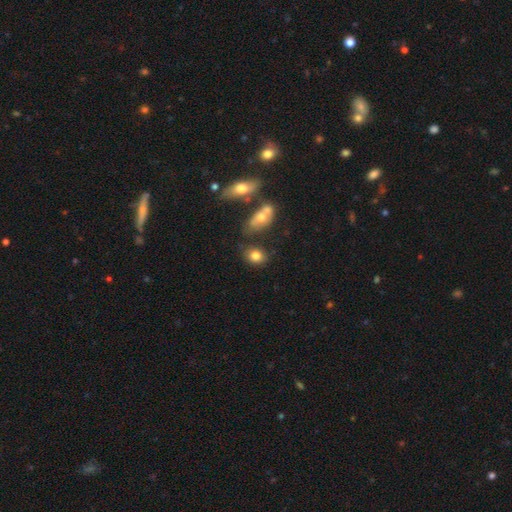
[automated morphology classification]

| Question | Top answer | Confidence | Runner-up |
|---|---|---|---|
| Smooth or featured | smooth | 80% | featured or disk (10%) |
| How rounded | in between | 52% | round (46%) |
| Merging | none | 69% | minor disturbance (15%) |